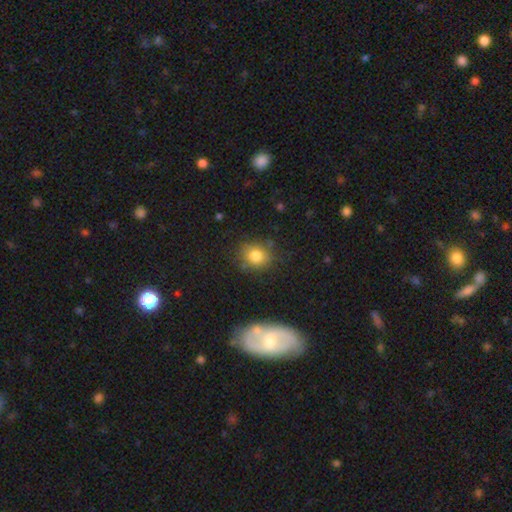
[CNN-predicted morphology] Overall: smooth (80%). How rounded: round (72%). Merging: none (80%).